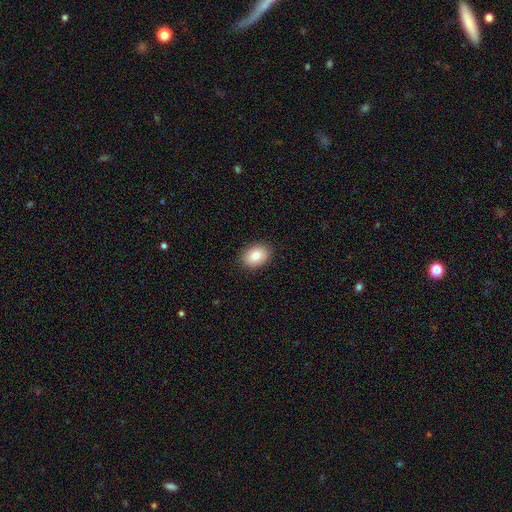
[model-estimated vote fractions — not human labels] Smooth or featured?
  - smooth: 83% *
  - featured or disk: 9%
  - star or artifact: 8%
How rounded?
  - in between: 72% *
  - round: 27%
  - cigar-shaped: 1%
Merging?
  - none: 89% *
  - minor disturbance: 8%
  - major disturbance: 2%
  - merger: 1%